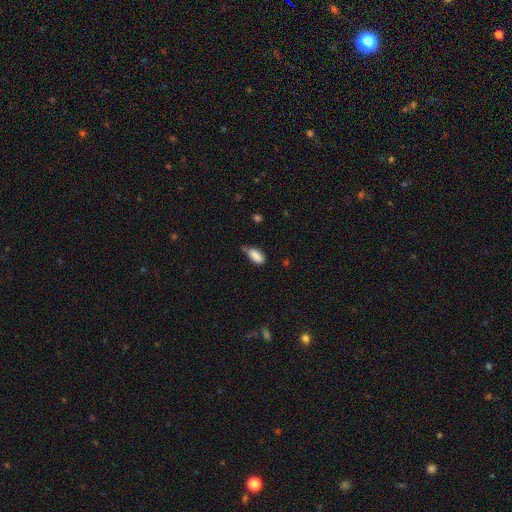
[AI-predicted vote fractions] smooth_or_featured: smooth (p=0.87) [alt: star or artifact p=0.08]
how_rounded: in between (p=0.91) [alt: cigar-shaped p=0.07]
merging: none (p=0.50) [alt: minor disturbance p=0.36]